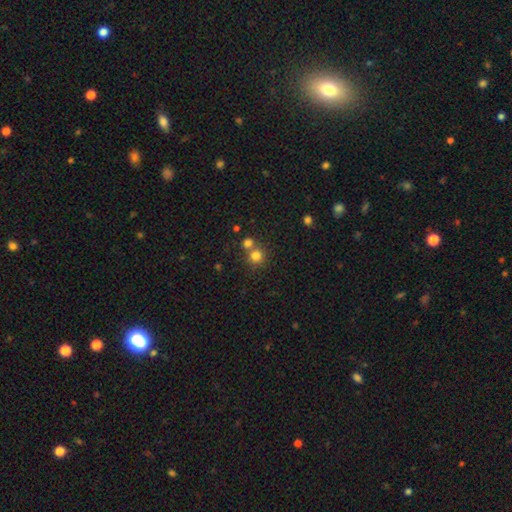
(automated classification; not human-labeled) Smooth or featured? smooth (79%)
How rounded? round (91%)
Merging? none (60%)